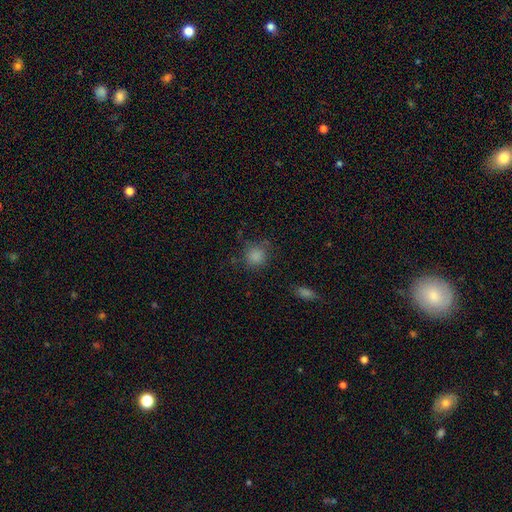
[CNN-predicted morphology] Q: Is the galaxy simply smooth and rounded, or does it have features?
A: smooth — 83%.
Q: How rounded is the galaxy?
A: round — 86%.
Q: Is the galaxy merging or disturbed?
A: none — 72%.